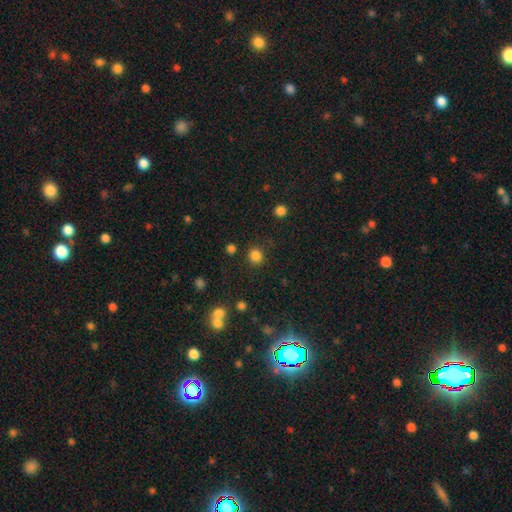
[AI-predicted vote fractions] smooth-or-featured: smooth: 83% | star or artifact: 13% | featured or disk: 4%
  how-rounded: round: 87% | in between: 12% | cigar-shaped: 1%
  merging: none: 87% | minor disturbance: 8% | major disturbance: 3% | merger: 3%